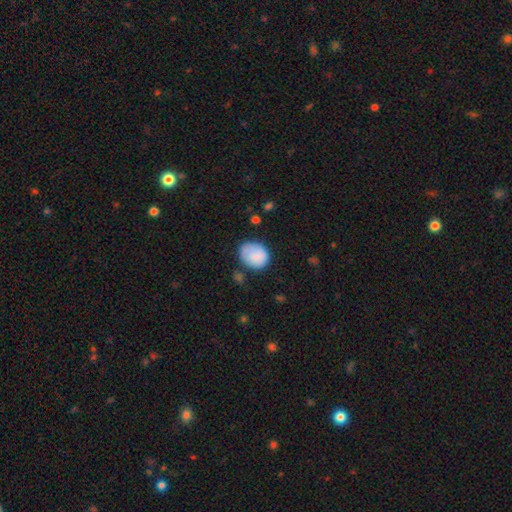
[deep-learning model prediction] A smooth galaxy with no disk features (81%) that is round (53%).

Vote fractions:
- Smooth or featured? smooth: 81% / featured or disk: 12% / star or artifact: 7%
- How rounded? round: 53% / in between: 47% / cigar-shaped: 1%
- Merging? none: 62% / minor disturbance: 27% / major disturbance: 7% / merger: 4%